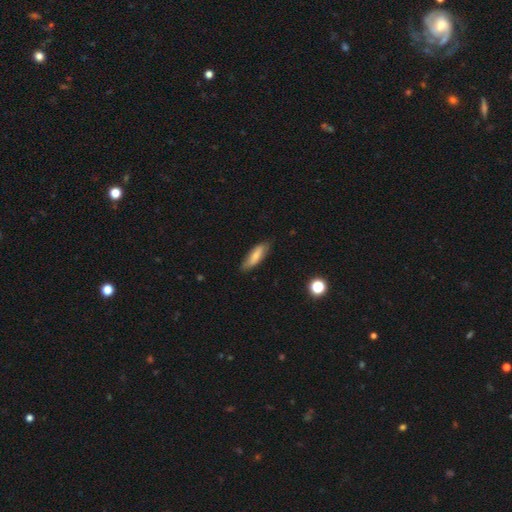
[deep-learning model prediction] smooth_or_featured: smooth (p=0.75) [alt: featured or disk p=0.18]
how_rounded: cigar-shaped (p=0.53) [alt: in between p=0.45]
merging: none (p=0.79) [alt: minor disturbance p=0.17]